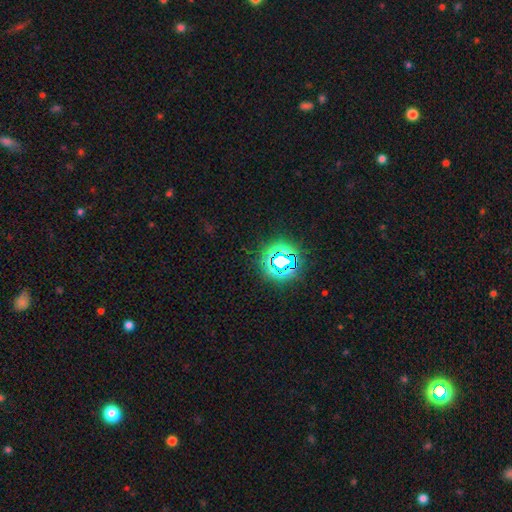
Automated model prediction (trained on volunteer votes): Smooth or featured: star or artifact — 79% (smooth — 13%)